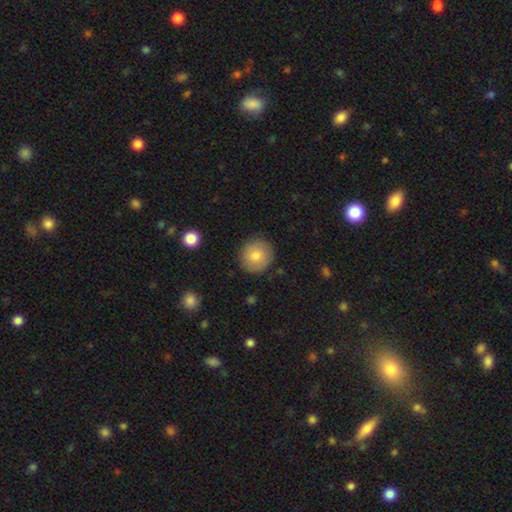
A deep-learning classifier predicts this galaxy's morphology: Smooth or featured: smooth — 79% (featured or disk — 14%)
How rounded: round — 92% (in between — 7%)
Merging: none — 88% (minor disturbance — 9%)